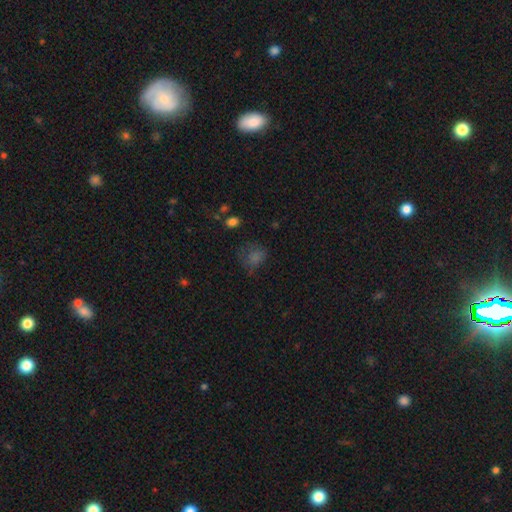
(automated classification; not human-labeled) A smooth galaxy with no disk features (58%) that is round (61%).

Vote fractions:
- Smooth or featured? smooth: 58% / star or artifact: 30% / featured or disk: 12%
- How rounded? round: 61% / in between: 37% / cigar-shaped: 2%
- Merging? none: 57% / minor disturbance: 22% / major disturbance: 17% / merger: 3%